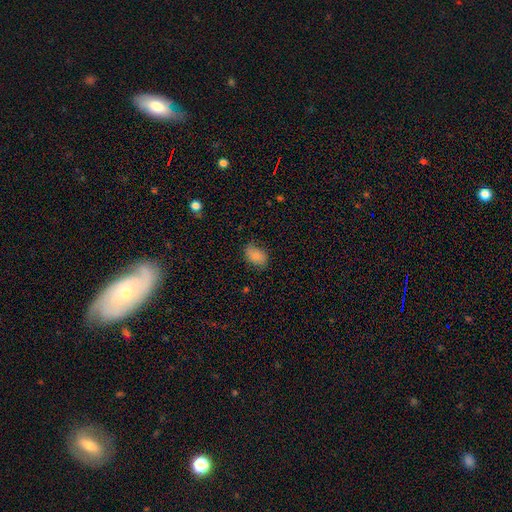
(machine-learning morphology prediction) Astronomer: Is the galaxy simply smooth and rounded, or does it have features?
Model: smooth — 84%.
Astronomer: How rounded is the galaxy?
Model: in between — 82%.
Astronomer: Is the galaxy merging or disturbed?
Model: none — 73%.